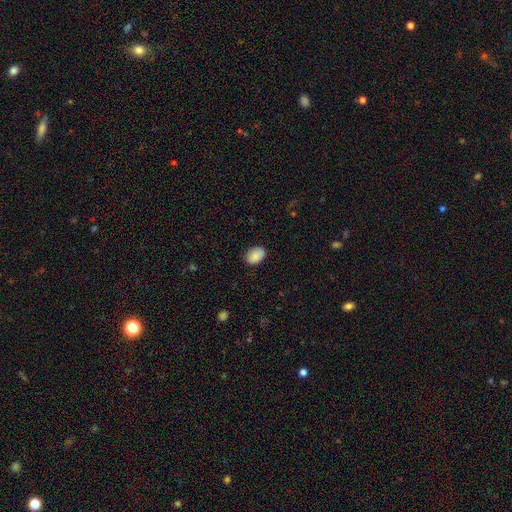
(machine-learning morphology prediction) The model was most divided on "how rounded": in between: 77%, round: 22%, cigar-shaped: 1%. More confident: smooth or featured — smooth (86%); merging — none (82%).